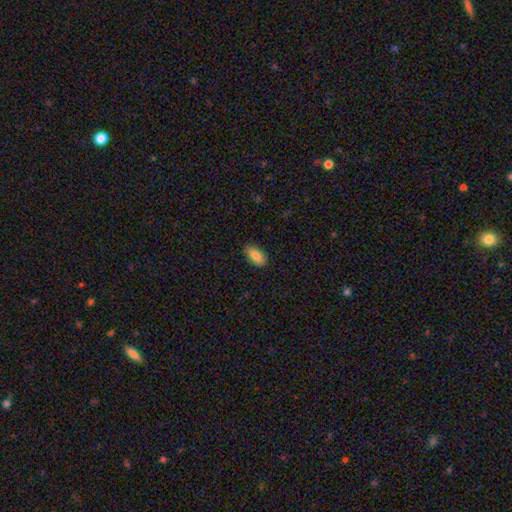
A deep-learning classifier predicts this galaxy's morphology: This is clearly a smooth galaxy (85%). How rounded: clearly in between (93%). Merging: clearly none (85%).